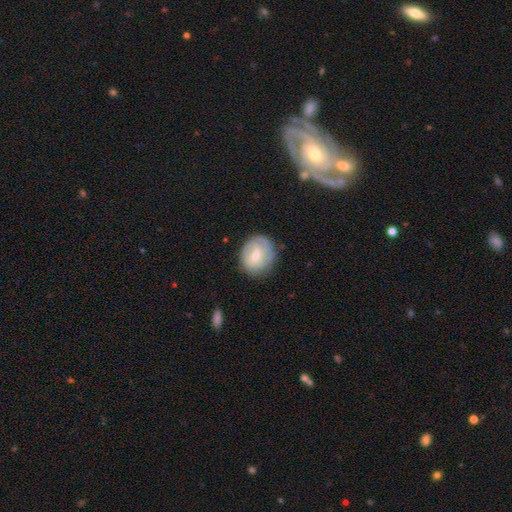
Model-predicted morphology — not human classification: Smooth or featured?
  - smooth: 52% *
  - featured or disk: 41%
  - star or artifact: 7%
How rounded?
  - round: 63% *
  - in between: 36%
  - cigar-shaped: 1%
Merging?
  - none: 68% *
  - minor disturbance: 22%
  - major disturbance: 8%
  - merger: 2%